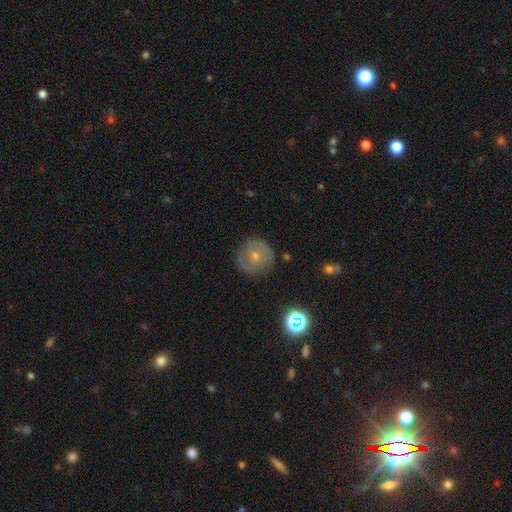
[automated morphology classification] smooth_or_featured: smooth (p=0.46) [alt: featured or disk p=0.43]
merging: none (p=0.78) [alt: minor disturbance p=0.16]